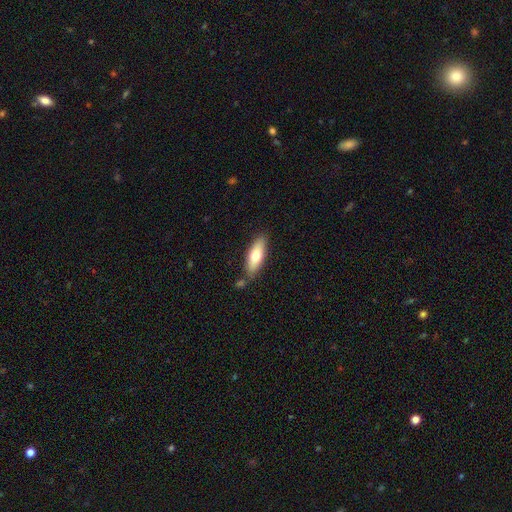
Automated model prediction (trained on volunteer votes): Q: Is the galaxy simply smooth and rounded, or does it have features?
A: smooth — 67%.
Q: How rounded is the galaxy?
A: in between — 61%.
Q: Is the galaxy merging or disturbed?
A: none — 78%.